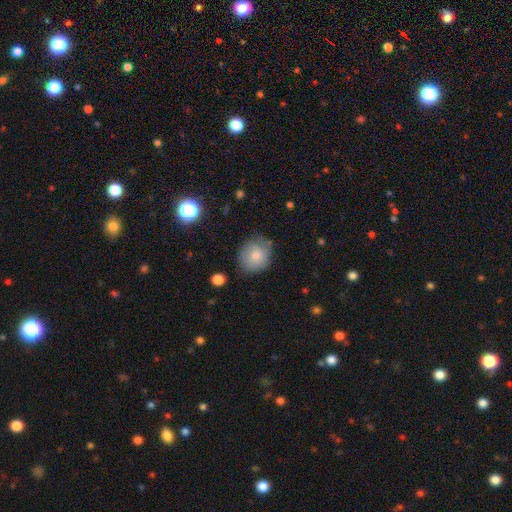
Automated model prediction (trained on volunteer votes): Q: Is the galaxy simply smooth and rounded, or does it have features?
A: smooth — 73%.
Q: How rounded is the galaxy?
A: round — 74%.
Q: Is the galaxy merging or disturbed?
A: none — 70%.